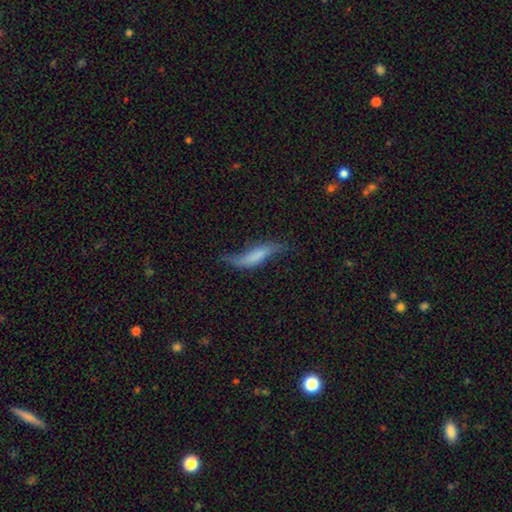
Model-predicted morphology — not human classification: smooth-or-featured: smooth: 47% | featured or disk: 45% | star or artifact: 8%
  merging: none: 43% | minor disturbance: 31% | major disturbance: 22% | merger: 4%